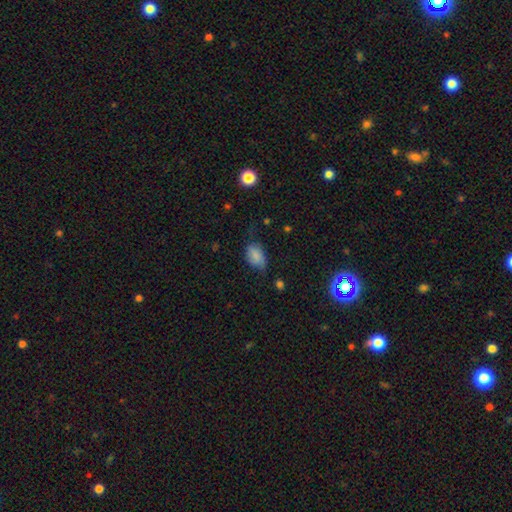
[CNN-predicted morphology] smooth-or-featured: smooth: 80% | featured or disk: 11% | star or artifact: 9%
  how-rounded: in between: 86% | round: 12% | cigar-shaped: 2%
  merging: none: 49% | minor disturbance: 38% | major disturbance: 12% | merger: 2%